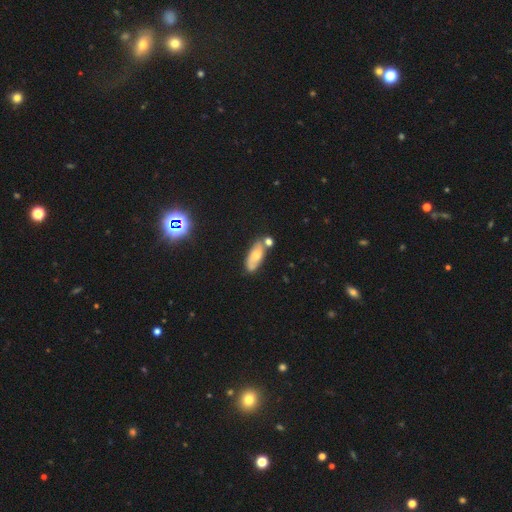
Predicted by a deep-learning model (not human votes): Q: Smooth or featured?
A: smooth (50%); runner-up: featured or disk (40%)
Q: Merging?
A: none (62%); runner-up: merger (17%)